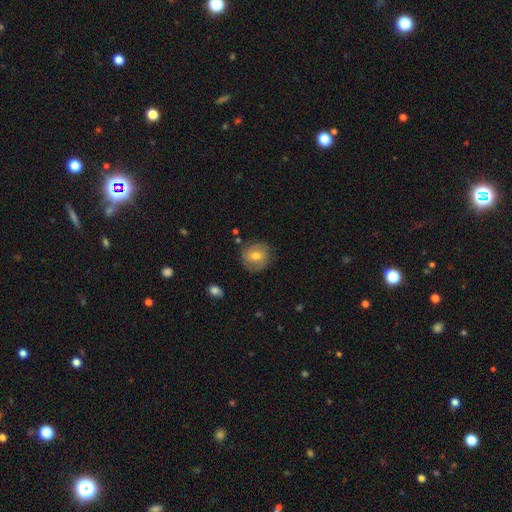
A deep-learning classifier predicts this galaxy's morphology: Smooth or featured? smooth (52%)
How rounded? round (86%)
Merging? none (78%)